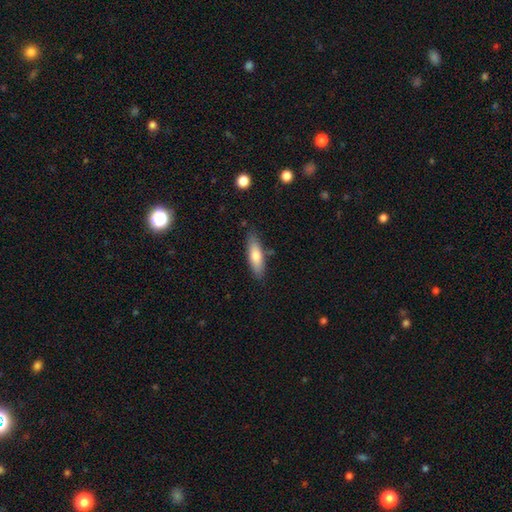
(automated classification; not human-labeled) smooth_or_featured: smooth (p=0.73) [alt: featured or disk p=0.20]
how_rounded: cigar-shaped (p=0.50) [alt: in between p=0.48]
merging: none (p=0.81) [alt: minor disturbance p=0.14]